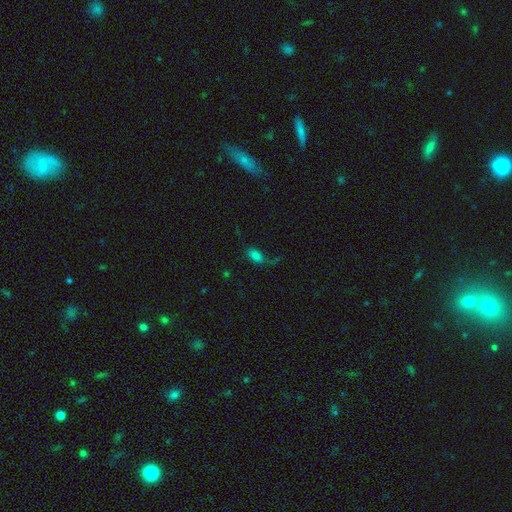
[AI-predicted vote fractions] Morphology: type=smooth (72%); roundness=in between (88%); merging=none (43%).